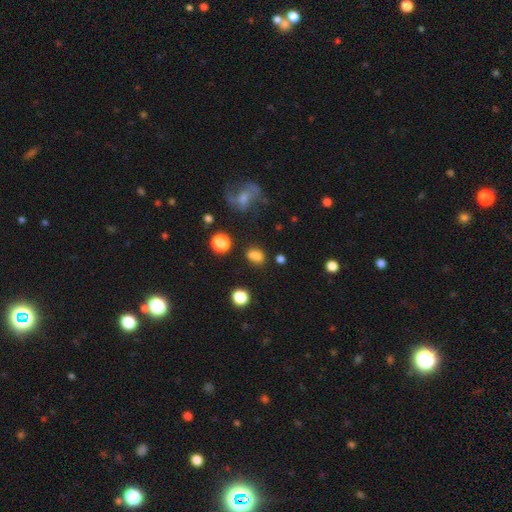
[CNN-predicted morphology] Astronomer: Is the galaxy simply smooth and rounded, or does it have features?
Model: smooth — 75%.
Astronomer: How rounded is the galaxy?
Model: in between — 56% (runner-up: round, 43%).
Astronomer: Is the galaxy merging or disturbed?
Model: none — 56%.